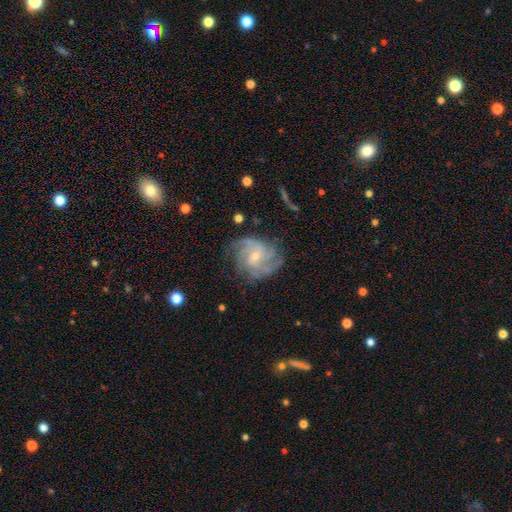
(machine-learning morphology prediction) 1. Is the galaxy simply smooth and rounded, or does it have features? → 88% featured or disk, 6% smooth, 6% star or artifact.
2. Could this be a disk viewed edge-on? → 98% no, 2% yes.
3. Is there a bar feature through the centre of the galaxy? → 59% no, 34% weak, 7% strong.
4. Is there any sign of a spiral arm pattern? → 97% yes, 3% no.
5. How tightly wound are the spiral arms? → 46% tight, 43% medium, 11% loose.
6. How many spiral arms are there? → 29% 3, 26% 4, 17% can't tell, 14% 2, 7% more than 4, 7% 1.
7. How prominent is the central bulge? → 71% small, 25% moderate, 2% none, 1% large, 1% dominant.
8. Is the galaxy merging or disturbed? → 74% none, 17% minor disturbance, 8% major disturbance, 1% merger.